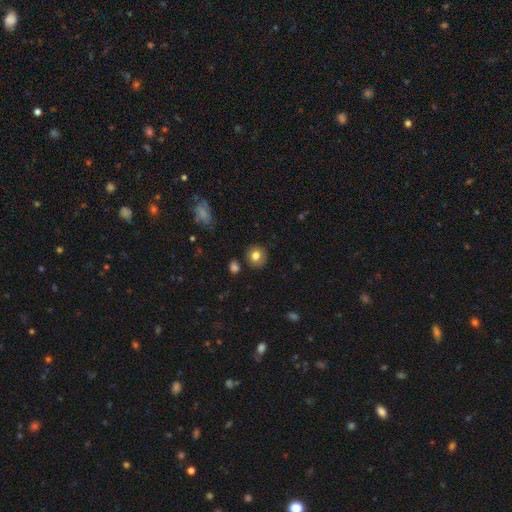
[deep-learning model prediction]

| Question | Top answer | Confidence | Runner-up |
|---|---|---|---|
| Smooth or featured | smooth | 80% | featured or disk (10%) |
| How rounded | round | 85% | in between (14%) |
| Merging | none | 85% | minor disturbance (10%) |